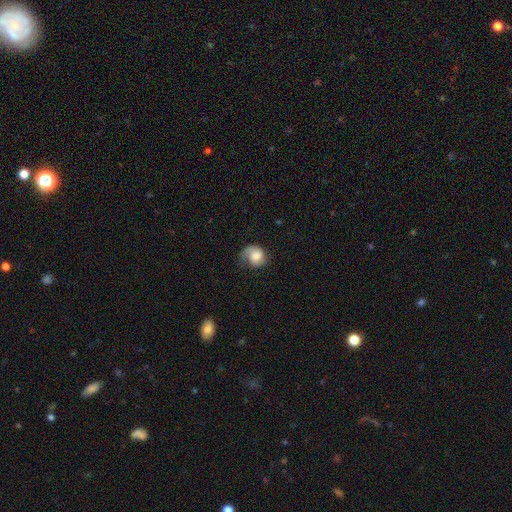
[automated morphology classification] This is possibly a smooth galaxy (48%). Merging: possibly none (48%).